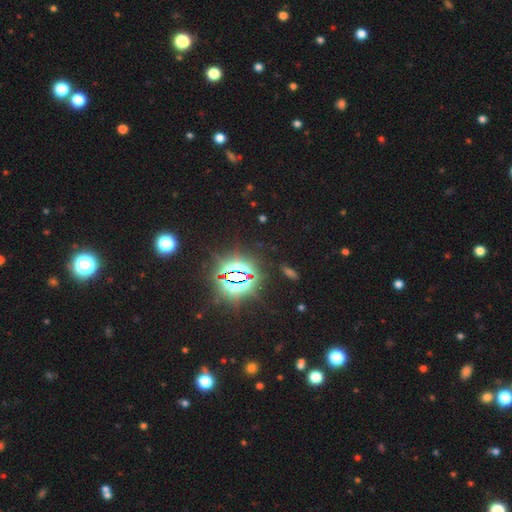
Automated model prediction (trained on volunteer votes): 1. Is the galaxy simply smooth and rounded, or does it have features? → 84% star or artifact, 10% smooth, 6% featured or disk.